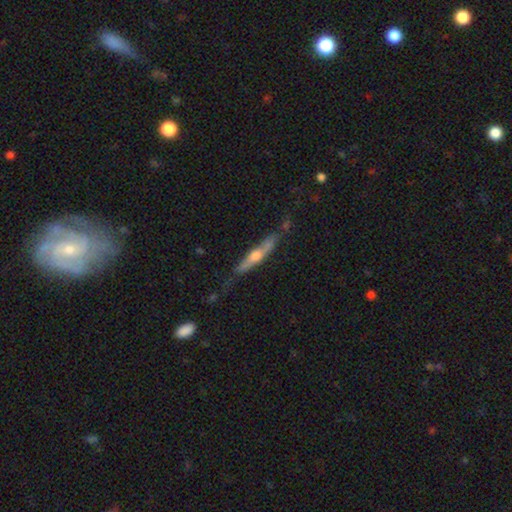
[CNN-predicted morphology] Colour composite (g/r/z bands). It shows a featured or disk galaxy (61%) viewed edge-on (93%) with a rounded central bulge (86%). Merging: none (70%).